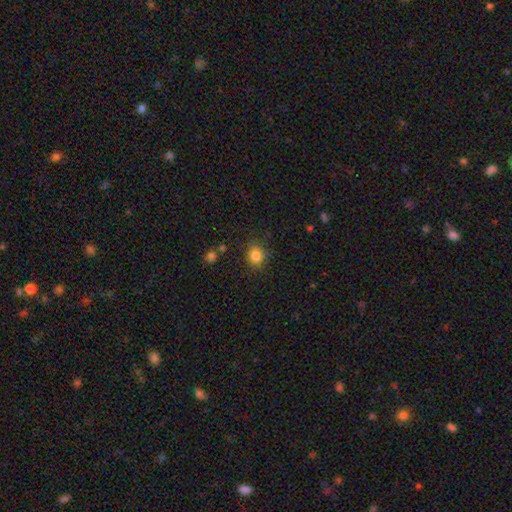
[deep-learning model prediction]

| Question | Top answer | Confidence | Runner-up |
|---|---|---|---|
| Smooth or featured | smooth | 84% | star or artifact (11%) |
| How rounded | round | 71% | in between (28%) |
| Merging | none | 84% | minor disturbance (11%) |